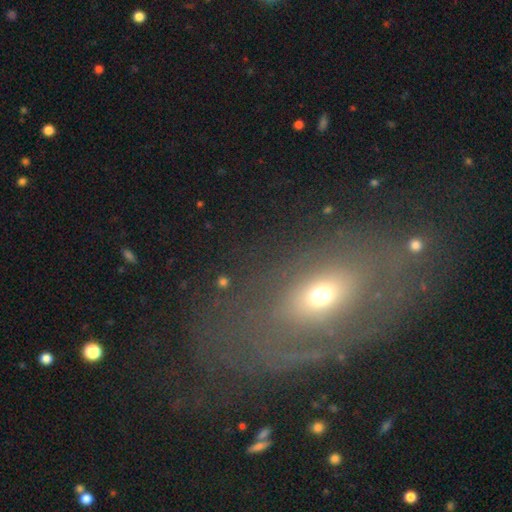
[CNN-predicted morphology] Smooth or featured?
  - featured or disk: 43% *
  - smooth: 38%
  - star or artifact: 19%
Merging?
  - none: 62% *
  - minor disturbance: 17%
  - major disturbance: 17%
  - merger: 4%